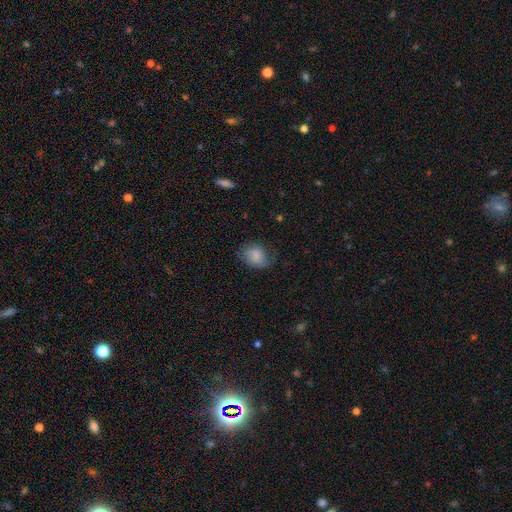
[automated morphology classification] smooth_or_featured: smooth (p=0.79) [alt: featured or disk p=0.13]
how_rounded: in between (p=0.58) [alt: round p=0.41]
merging: none (p=0.61) [alt: minor disturbance p=0.27]